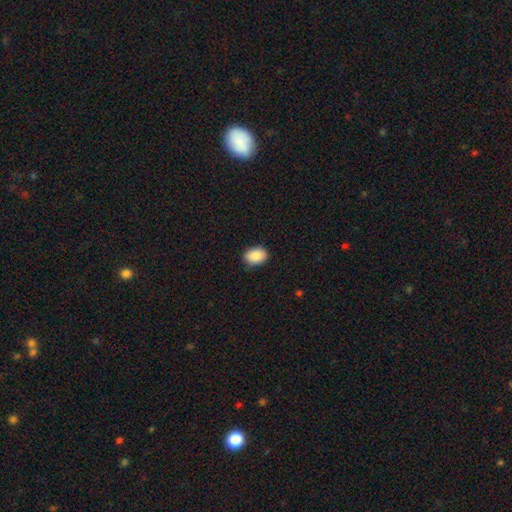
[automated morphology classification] type=smooth (89%); roundness=in between (79%); merging=none (87%).